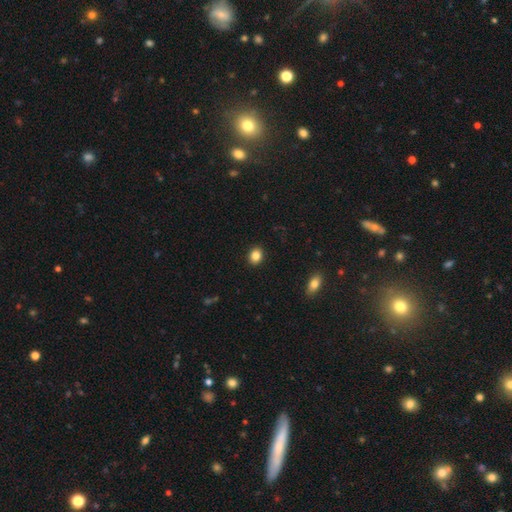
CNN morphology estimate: Smooth or featured?
  - smooth: 85% *
  - star or artifact: 10%
  - featured or disk: 5%
How rounded?
  - round: 62% *
  - in between: 37%
  - cigar-shaped: 1%
Merging?
  - none: 91% *
  - minor disturbance: 6%
  - major disturbance: 2%
  - merger: 1%